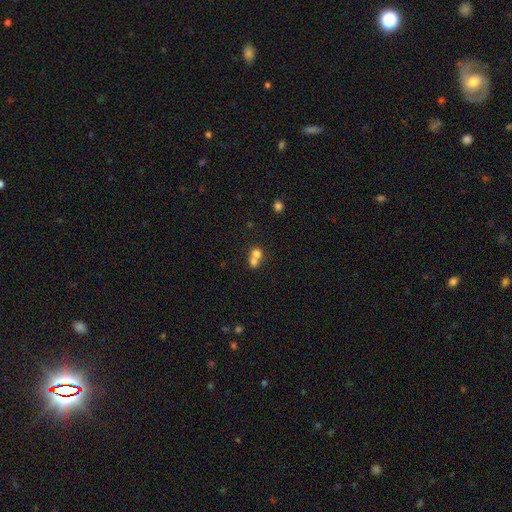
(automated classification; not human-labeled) This appears to be a smooth galaxy with no disk features (72%) that is round (79%). Merging: merger (66%).